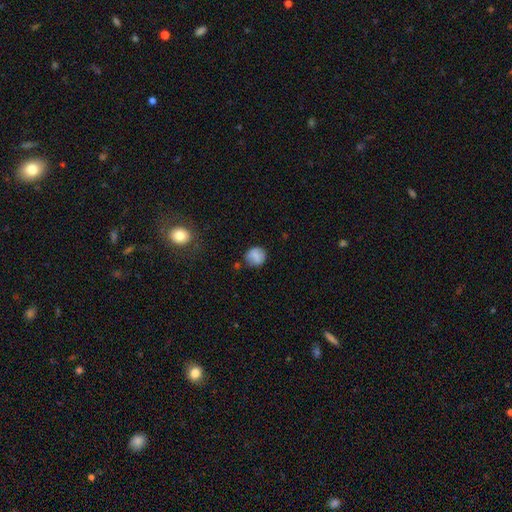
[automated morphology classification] Smooth or featured?
  - smooth: 75% *
  - featured or disk: 16%
  - star or artifact: 9%
How rounded?
  - round: 80% *
  - in between: 19%
  - cigar-shaped: 1%
Merging?
  - none: 74% *
  - minor disturbance: 17%
  - major disturbance: 5%
  - merger: 4%